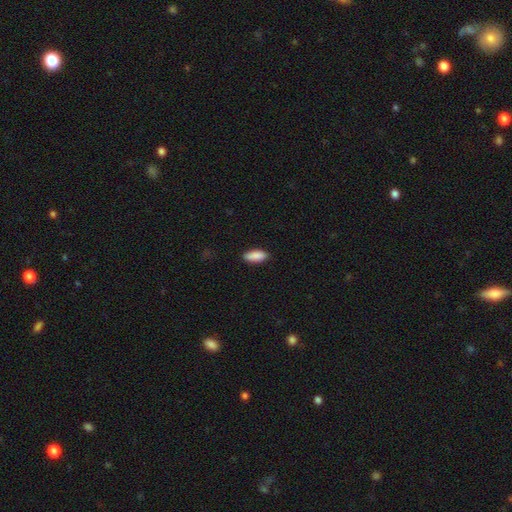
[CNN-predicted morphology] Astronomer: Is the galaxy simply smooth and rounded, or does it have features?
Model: smooth — 90%.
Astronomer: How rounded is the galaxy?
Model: in between — 80%.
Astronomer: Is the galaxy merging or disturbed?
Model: none — 88%.